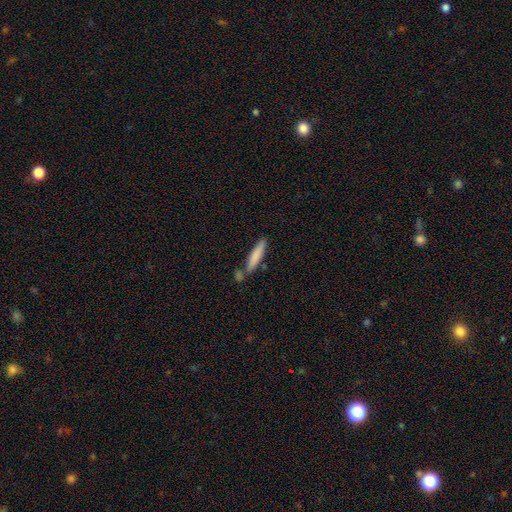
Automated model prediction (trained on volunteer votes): This appears to be a smooth galaxy with no disk features (79%) that is cigar-shaped (87%). Merging: none (66%).